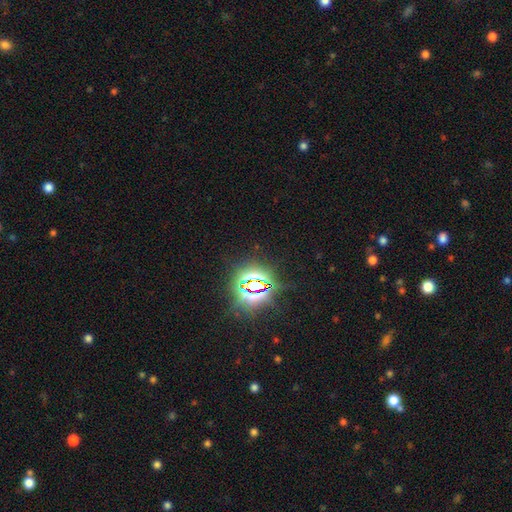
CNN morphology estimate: Smooth or featured? star or artifact (84%)